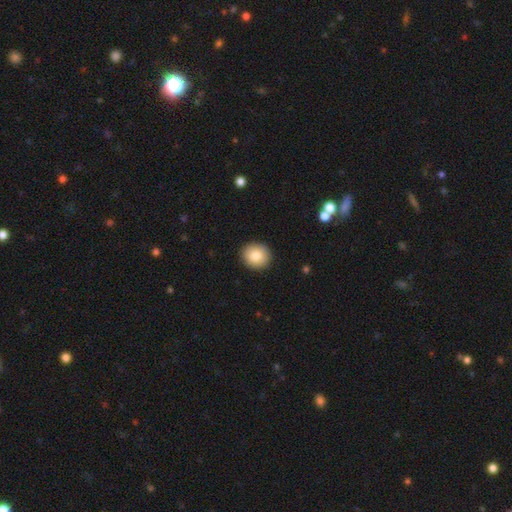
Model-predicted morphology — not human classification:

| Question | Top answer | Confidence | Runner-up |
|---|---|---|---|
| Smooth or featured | smooth | 83% | featured or disk (9%) |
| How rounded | round | 85% | in between (14%) |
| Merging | none | 91% | minor disturbance (6%) |